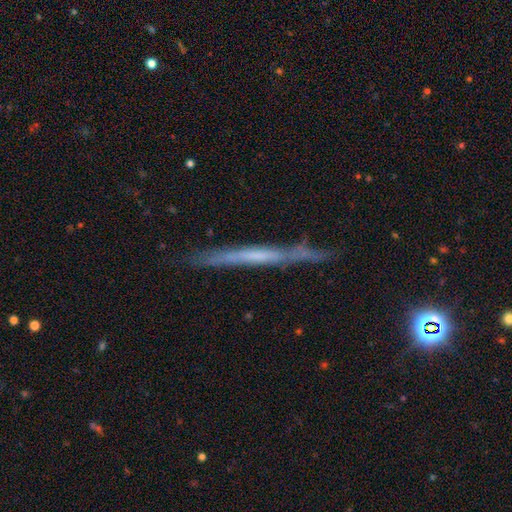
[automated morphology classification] featured or disk 60%, smooth 33%, star or artifact 6%. Down the decision tree: edge-on disk — yes (94%); edge-on bulge — none (82%); merging — none (80%).